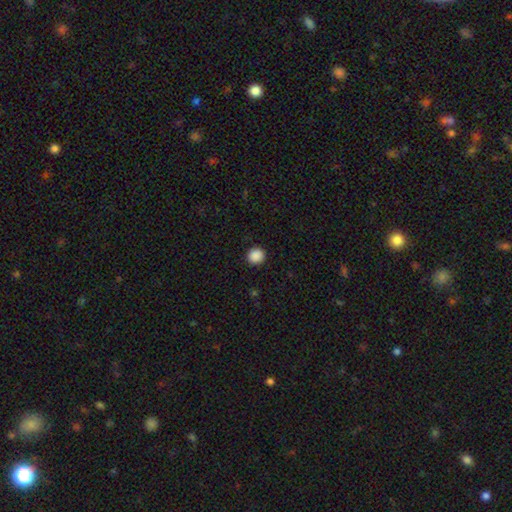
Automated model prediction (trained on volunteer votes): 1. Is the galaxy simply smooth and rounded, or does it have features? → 89% smooth, 9% star or artifact, 2% featured or disk.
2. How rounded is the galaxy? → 89% round, 10% in between, 1% cigar-shaped.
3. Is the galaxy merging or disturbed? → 92% none, 6% minor disturbance, 2% major disturbance, 1% merger.